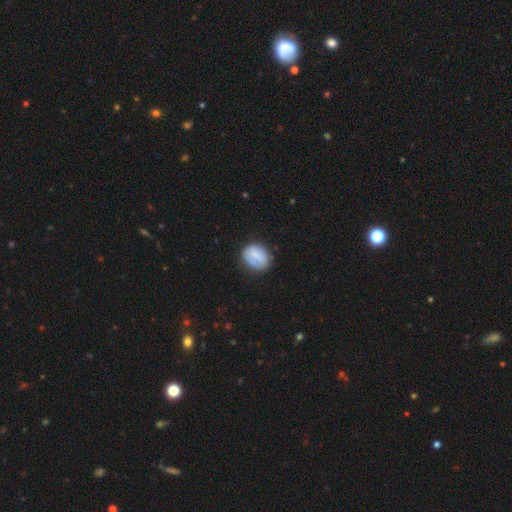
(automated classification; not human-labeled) smooth-or-featured: smooth: 66% | featured or disk: 26% | star or artifact: 8%
  how-rounded: in between: 53% | round: 46% | cigar-shaped: 1%
  merging: none: 70% | minor disturbance: 22% | major disturbance: 7% | merger: 2%